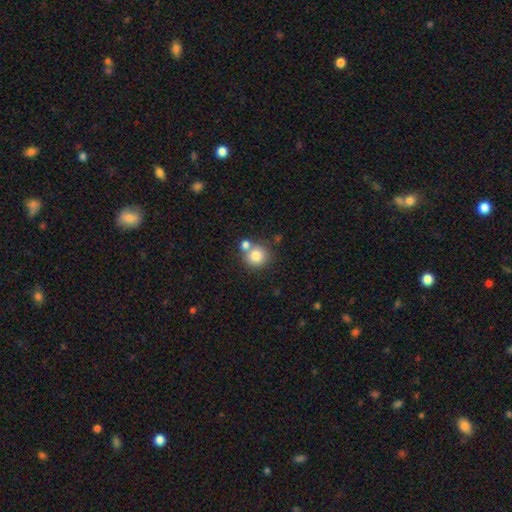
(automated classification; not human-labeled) This appears to be a smooth galaxy with no disk features (82%) that is round (90%). Merging: none (60%).